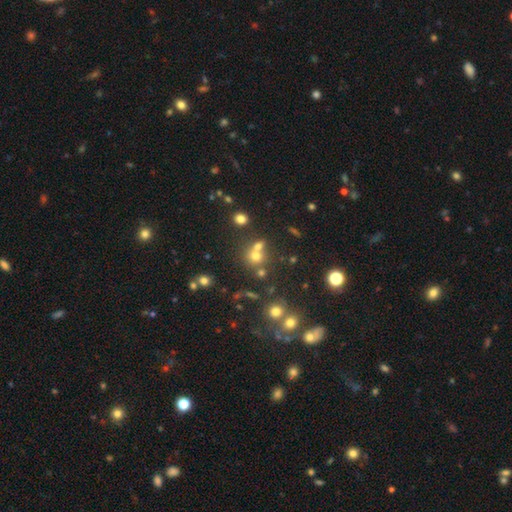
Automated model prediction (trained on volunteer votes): Smooth or featured?
  - smooth: 64% *
  - star or artifact: 22%
  - featured or disk: 14%
How rounded?
  - round: 84% *
  - in between: 15%
  - cigar-shaped: 1%
Merging?
  - none: 49% *
  - merger: 39%
  - minor disturbance: 8%
  - major disturbance: 4%